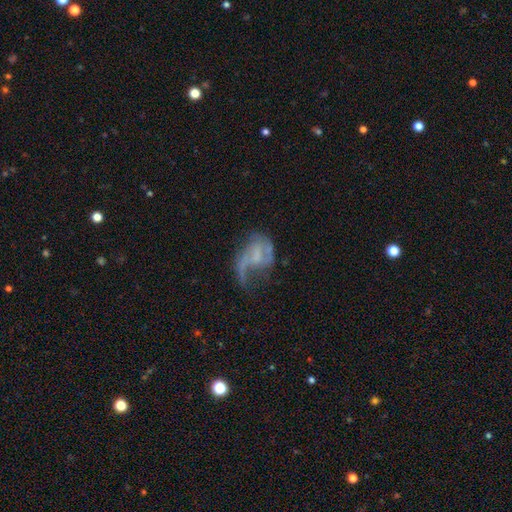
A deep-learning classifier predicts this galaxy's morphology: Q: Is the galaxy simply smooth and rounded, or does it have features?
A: featured or disk — 73%.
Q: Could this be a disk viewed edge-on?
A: no — 97%.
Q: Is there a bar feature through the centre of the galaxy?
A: no — 52%.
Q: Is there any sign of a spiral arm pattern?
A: yes — 80%.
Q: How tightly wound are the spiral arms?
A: loose — 64%.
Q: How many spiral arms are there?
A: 2 — 47%.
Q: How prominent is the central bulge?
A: none — 52%.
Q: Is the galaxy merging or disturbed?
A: major disturbance — 42%.